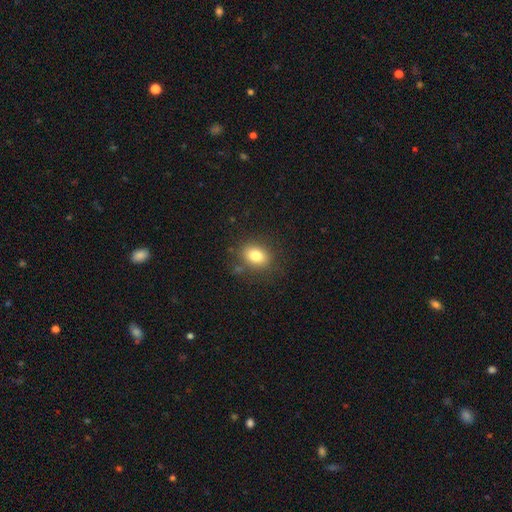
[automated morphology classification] Smooth or featured? smooth (81%)
How rounded? in between (65%)
Merging? none (81%)